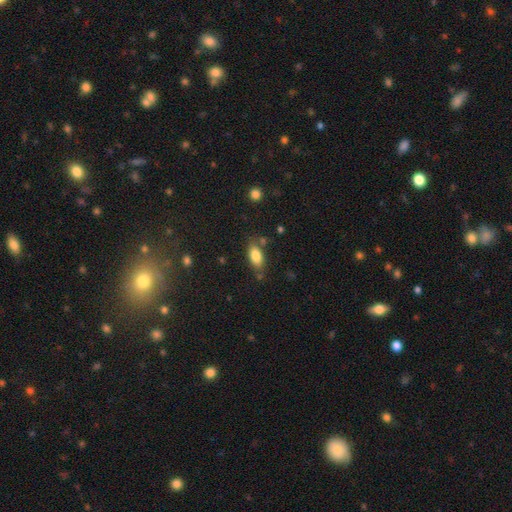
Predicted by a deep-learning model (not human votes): Smooth or featured? Predicted: smooth (p=0.82). How rounded? Predicted: in between (p=0.87). Merging? Predicted: none (p=0.72).